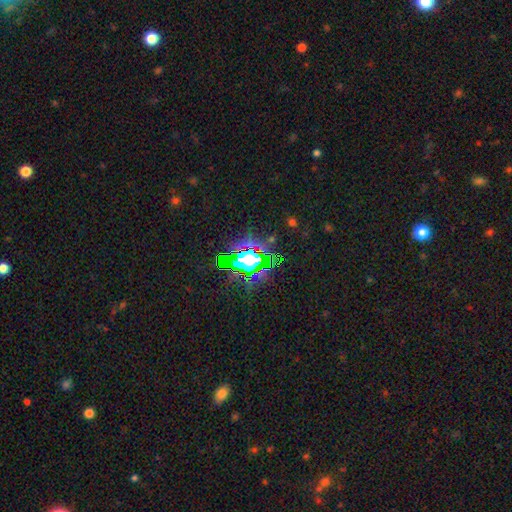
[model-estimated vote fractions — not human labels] This is likely a star or artifact rather than a galaxy (68%).